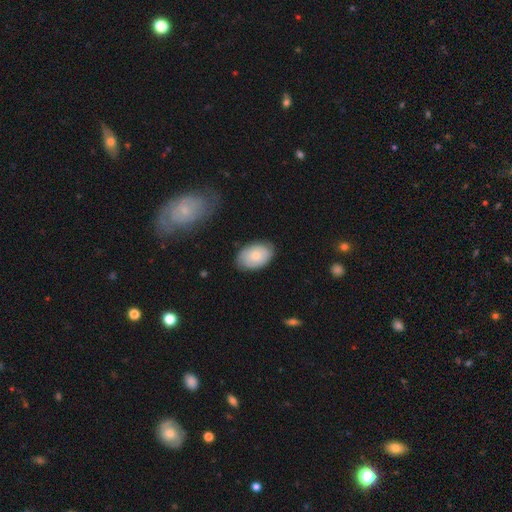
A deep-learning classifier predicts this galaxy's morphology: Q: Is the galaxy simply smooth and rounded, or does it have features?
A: smooth — 61%.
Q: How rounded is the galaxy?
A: in between — 87%.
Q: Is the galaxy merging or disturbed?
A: none — 78%.